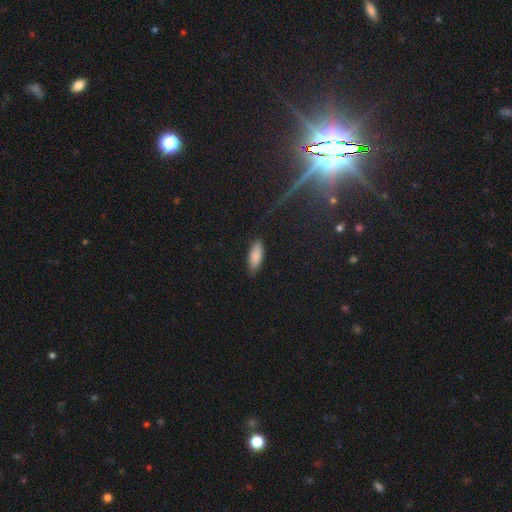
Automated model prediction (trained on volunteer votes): A smooth galaxy with no disk features (86%) that is in between round and cigar-shaped (72%). Merging: none (80%).